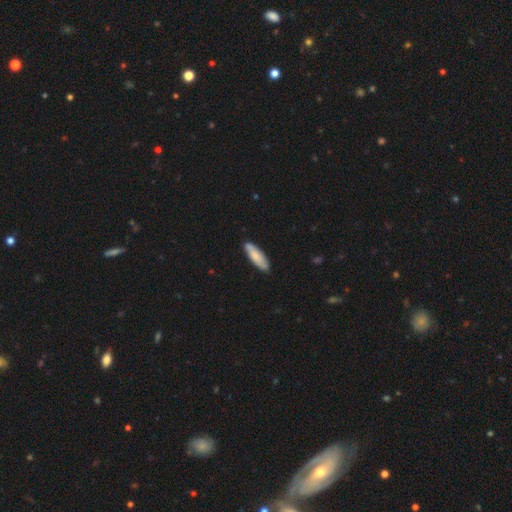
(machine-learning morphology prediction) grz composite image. It shows a smooth galaxy with no disk features (72%) that is cigar-shaped (53%). Merging: none (83%).